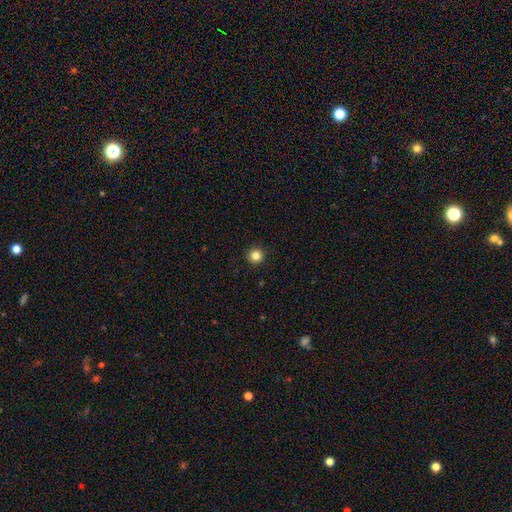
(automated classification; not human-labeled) A smooth galaxy with no disk features (84%) that is round (96%). Merging: none (93%).